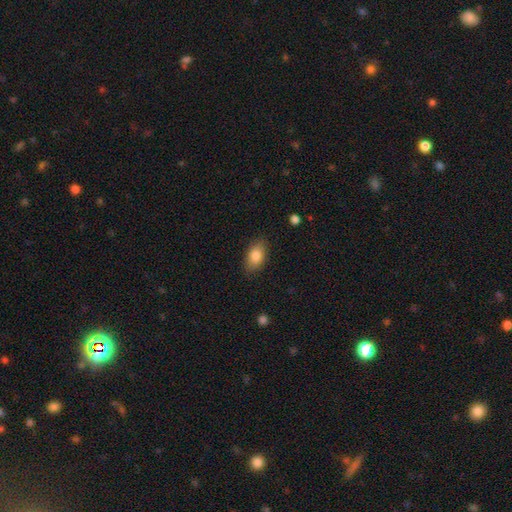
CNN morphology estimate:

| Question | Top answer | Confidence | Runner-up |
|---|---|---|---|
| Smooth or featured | smooth | 84% | featured or disk (9%) |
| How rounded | in between | 89% | round (7%) |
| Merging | none | 84% | minor disturbance (12%) |